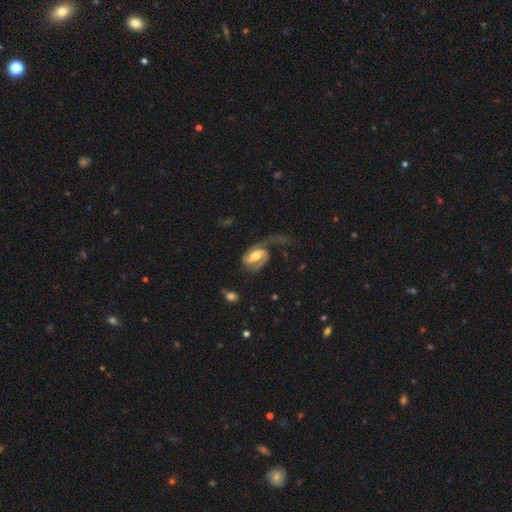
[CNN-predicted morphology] Smooth or featured: featured or disk — 76% (smooth — 18%)
Edge-on disk: no — 96% (yes — 4%)
Bar: weak — 42% (strong — 33%)
Spiral arms: yes — 92% (no — 8%)
Spiral winding: loose — 40% (tied with medium — 40%)
Spiral arm count: 2 — 62% (1 — 30%)
Bulge size: moderate — 67% (small — 17%)
Merging: major disturbance — 43% (none — 35%)